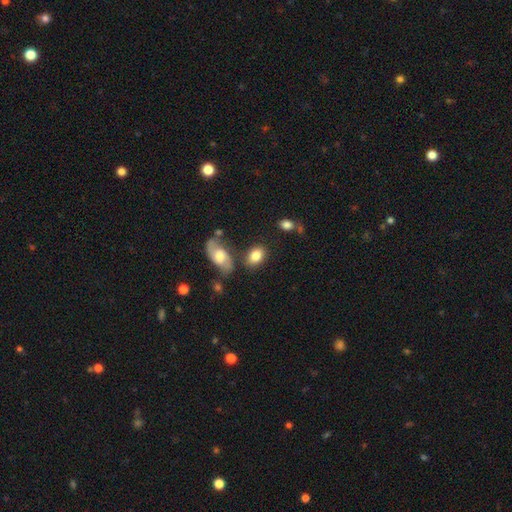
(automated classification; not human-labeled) Q: Smooth or featured?
A: smooth (83%); runner-up: featured or disk (10%)
Q: How rounded?
A: in between (83%); runner-up: round (15%)
Q: Merging?
A: none (72%); runner-up: minor disturbance (14%)